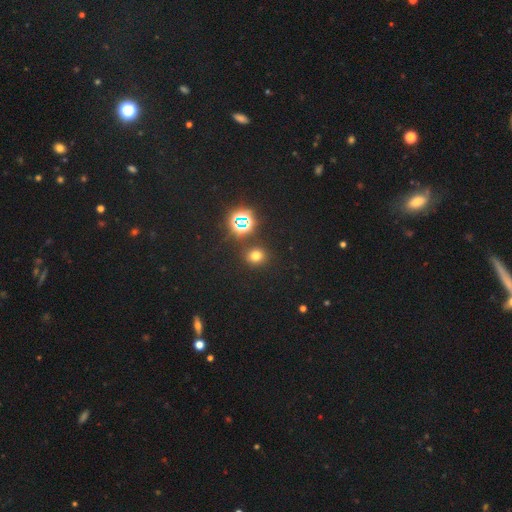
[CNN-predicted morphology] Q: Smooth or featured?
A: smooth (65%); runner-up: star or artifact (28%)
Q: How rounded?
A: round (79%); runner-up: in between (20%)
Q: Merging?
A: none (86%); runner-up: minor disturbance (7%)